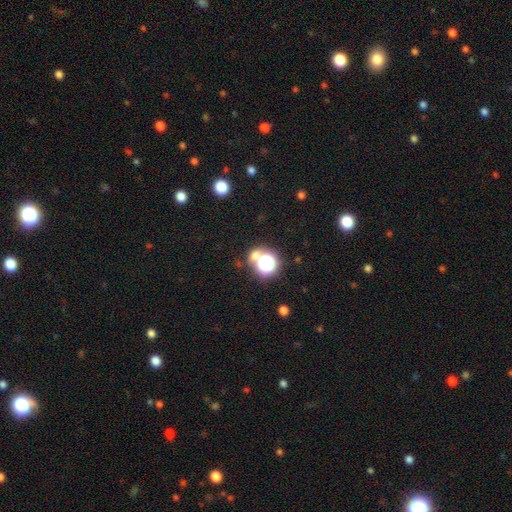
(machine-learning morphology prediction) Smooth or featured? smooth (48%)
Merging? none (63%)